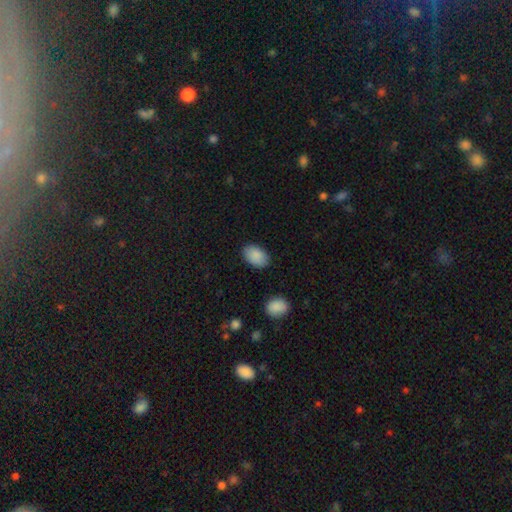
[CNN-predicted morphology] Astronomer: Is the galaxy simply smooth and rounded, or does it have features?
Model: smooth — 89%.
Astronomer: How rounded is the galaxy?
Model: in between — 89%.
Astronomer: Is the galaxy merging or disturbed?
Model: none — 85%.